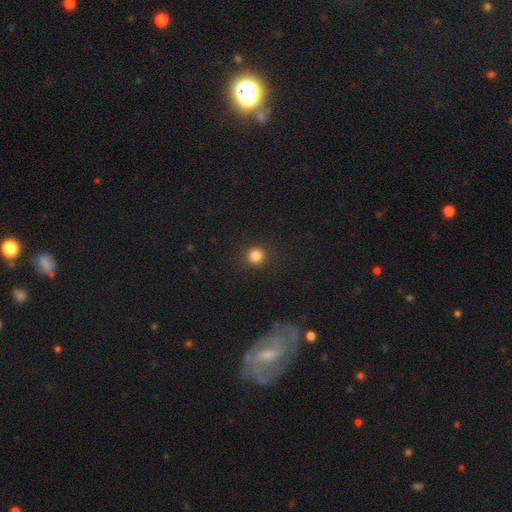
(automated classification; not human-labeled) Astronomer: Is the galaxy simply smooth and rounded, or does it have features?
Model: smooth — 83%.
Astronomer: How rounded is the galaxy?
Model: round — 92%.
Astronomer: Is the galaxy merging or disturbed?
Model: none — 91%.